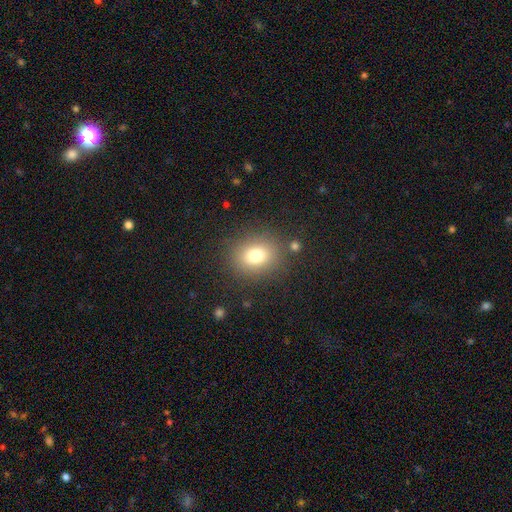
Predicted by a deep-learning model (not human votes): Smooth or featured: smooth — 77% (star or artifact — 13%)
How rounded: round — 61% (in between — 38%)
Merging: none — 83% (minor disturbance — 9%)